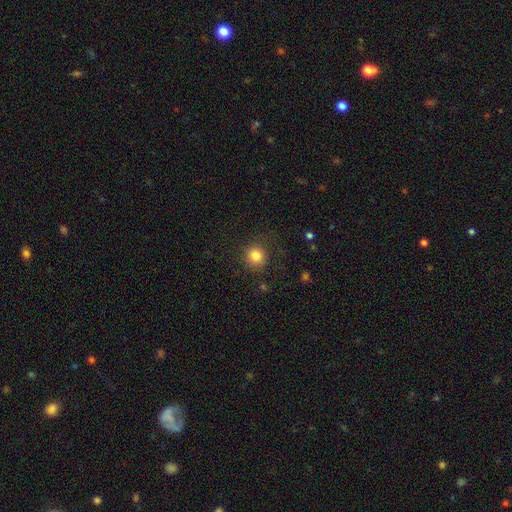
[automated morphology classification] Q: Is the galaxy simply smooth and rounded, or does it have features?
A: smooth — 83%.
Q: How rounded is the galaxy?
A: round — 92%.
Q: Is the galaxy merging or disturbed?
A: none — 86%.